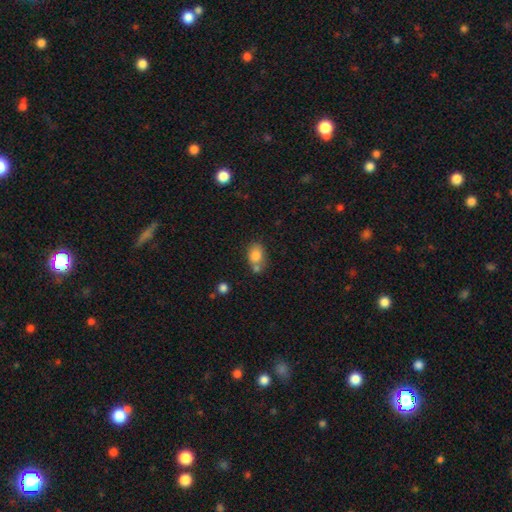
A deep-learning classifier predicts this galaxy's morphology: type=smooth (81%); roundness=in between (66%); merging=none (49%).